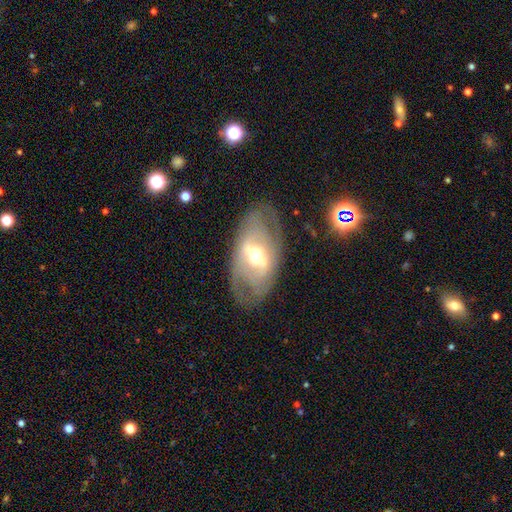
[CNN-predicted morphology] Smooth or featured? Predicted: featured or disk (p=0.72). Edge-on disk? Predicted: no (p=0.90). Bar? Predicted: weak (p=0.41). Spiral arms? Predicted: yes (p=0.61). Bulge size? Predicted: moderate (p=0.63). Merging? Predicted: none (p=0.76).